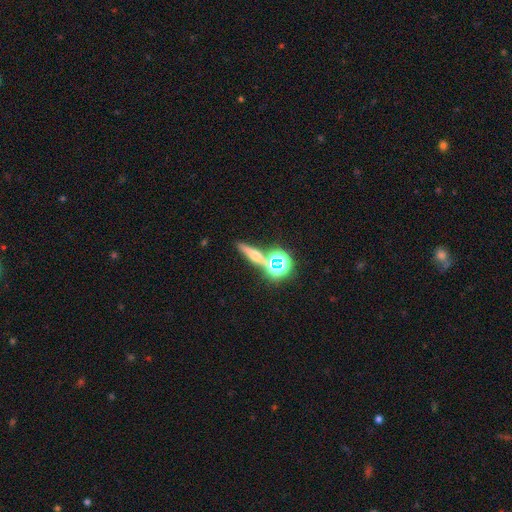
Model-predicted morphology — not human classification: Smooth or featured?
  - featured or disk: 40% *
  - smooth: 34%
  - star or artifact: 26%
Merging?
  - none: 75% *
  - merger: 13%
  - minor disturbance: 8%
  - major disturbance: 3%